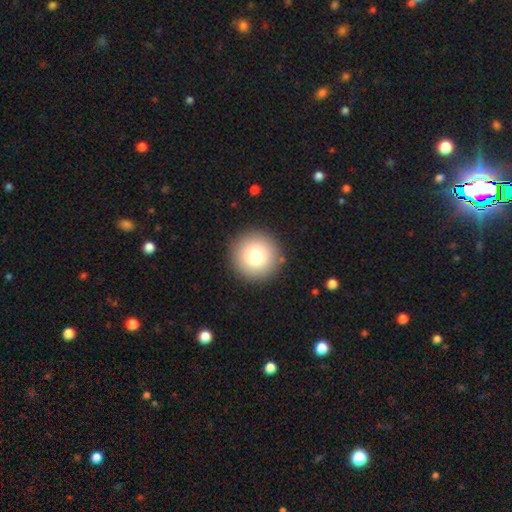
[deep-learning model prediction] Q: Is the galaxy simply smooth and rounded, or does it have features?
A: smooth — 78%.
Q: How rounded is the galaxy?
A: round — 96%.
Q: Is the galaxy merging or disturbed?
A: none — 90%.